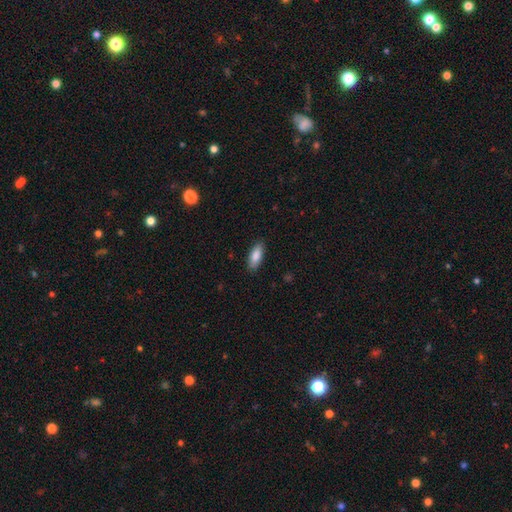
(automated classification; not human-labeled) Smooth or featured? smooth (86%)
How rounded? in between (78%)
Merging? none (87%)